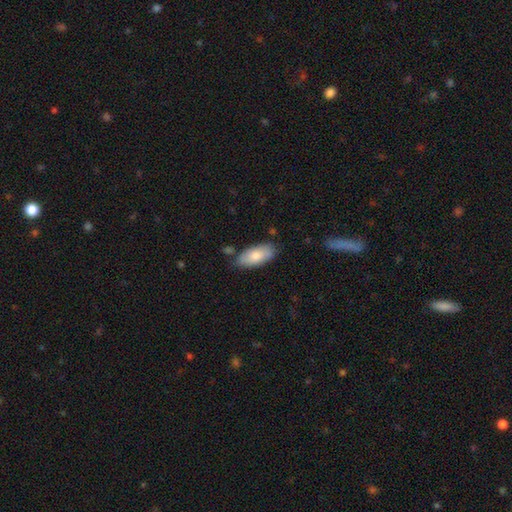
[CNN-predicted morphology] A smooth galaxy with no disk features (80%) that is in between round and cigar-shaped (88%). Merging: none (75%).